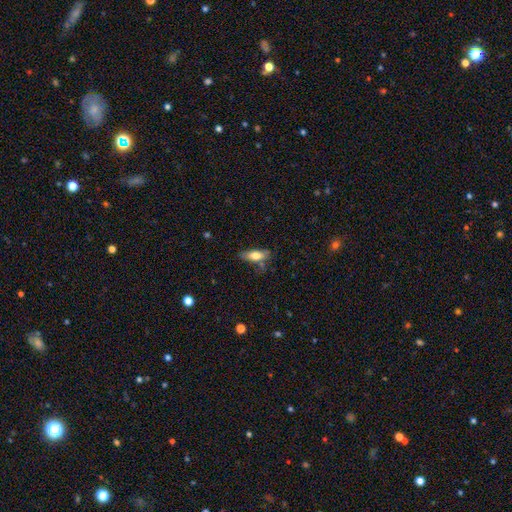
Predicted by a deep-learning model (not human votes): smooth-or-featured: smooth: 72% | featured or disk: 21% | star or artifact: 7%
  how-rounded: in between: 69% | cigar-shaped: 28% | round: 3%
  merging: none: 63% | minor disturbance: 24% | merger: 7% | major disturbance: 7%